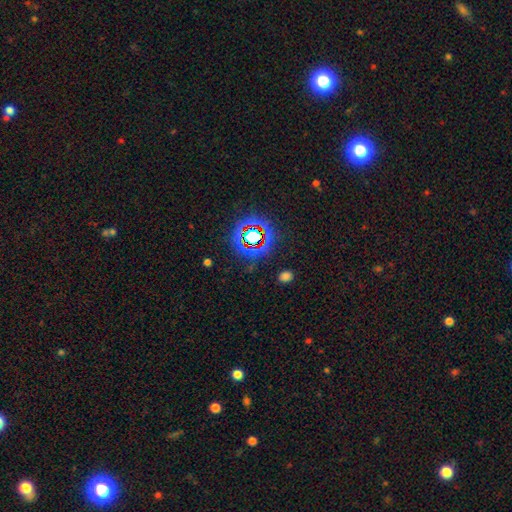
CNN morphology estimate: The model was most divided on "smooth or featured": star or artifact: 63%, smooth: 21%, featured or disk: 17%.